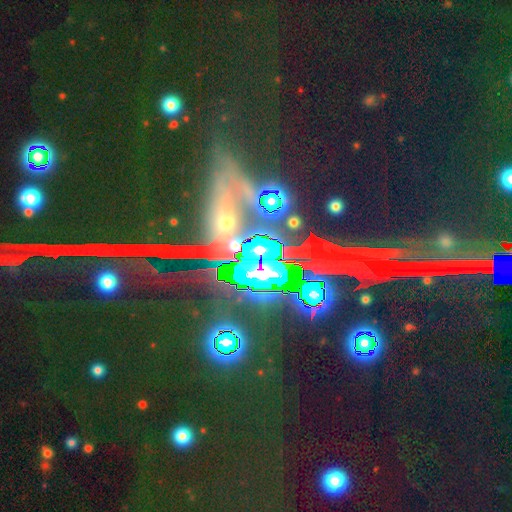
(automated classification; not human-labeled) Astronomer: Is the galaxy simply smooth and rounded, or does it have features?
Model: star or artifact — 73%.